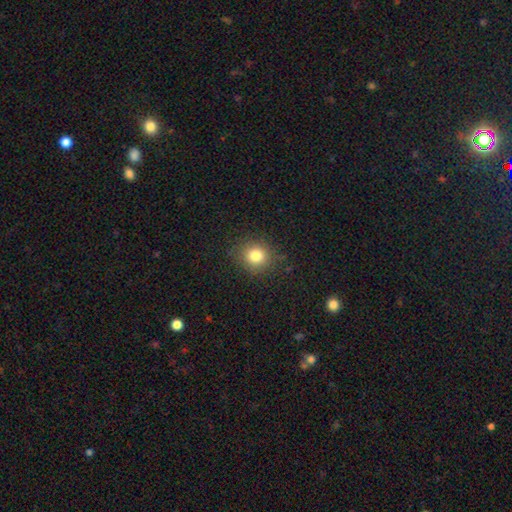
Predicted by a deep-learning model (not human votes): This is clearly a smooth galaxy (81%). How rounded: clearly round (85%). Merging: clearly none (87%).